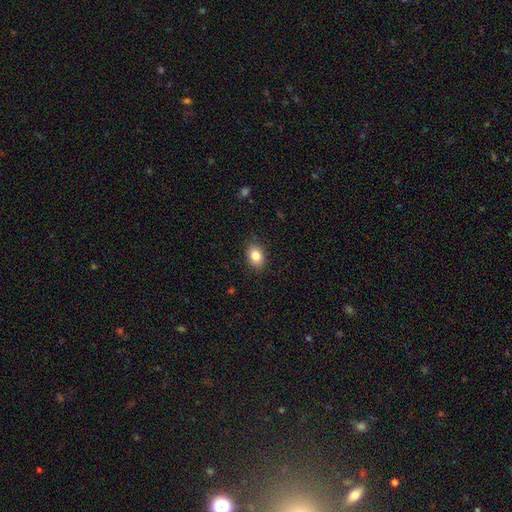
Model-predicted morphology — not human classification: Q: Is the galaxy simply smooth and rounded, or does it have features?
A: smooth — 84%.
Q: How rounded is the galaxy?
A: in between — 72%.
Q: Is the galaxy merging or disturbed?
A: none — 86%.